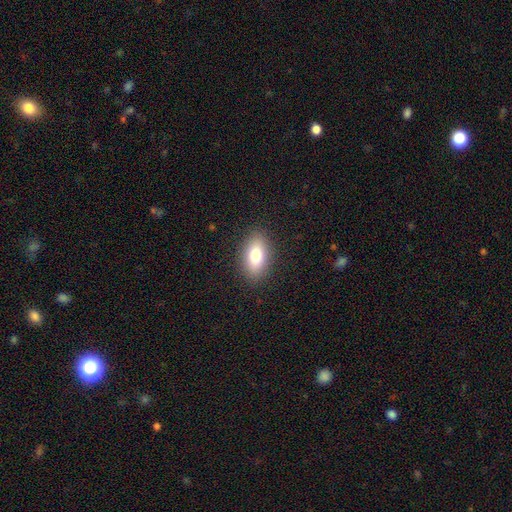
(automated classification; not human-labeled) smooth 77%, featured or disk 14%, star or artifact 9%. Down the decision tree: how rounded — in between (88%); merging — none (88%).